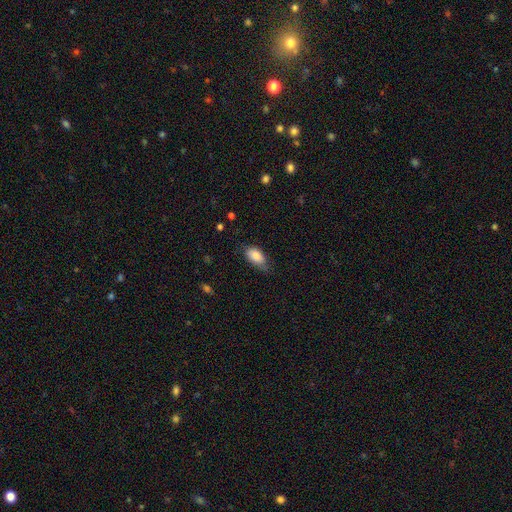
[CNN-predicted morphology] smooth_or_featured: smooth (p=0.84) [alt: featured or disk p=0.09]
how_rounded: in between (p=0.92) [alt: round p=0.04]
merging: none (p=0.59) [alt: minor disturbance p=0.33]